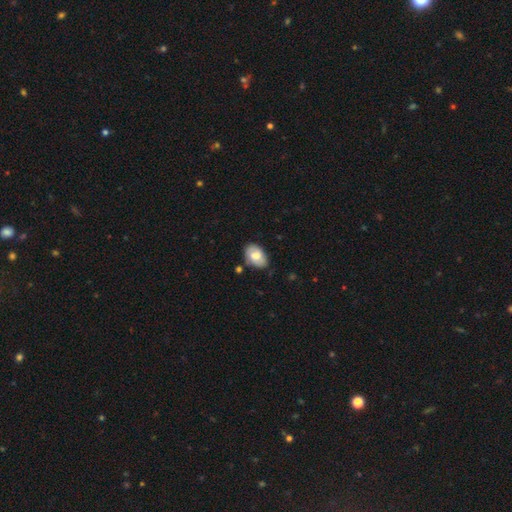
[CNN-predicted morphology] Smooth or featured: smooth — 69% (featured or disk — 24%)
How rounded: in between — 87% (round — 12%)
Merging: none — 71% (minor disturbance — 22%)